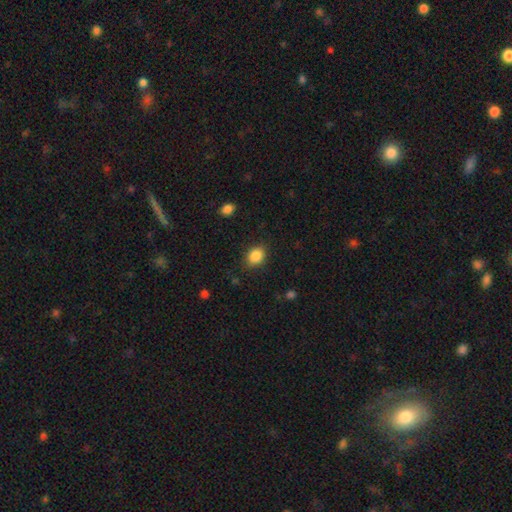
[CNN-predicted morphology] smooth-or-featured: smooth: 87% | star or artifact: 9% | featured or disk: 4%
  how-rounded: in between: 54% | round: 45% | cigar-shaped: 1%
  merging: none: 84% | minor disturbance: 12% | major disturbance: 3% | merger: 1%